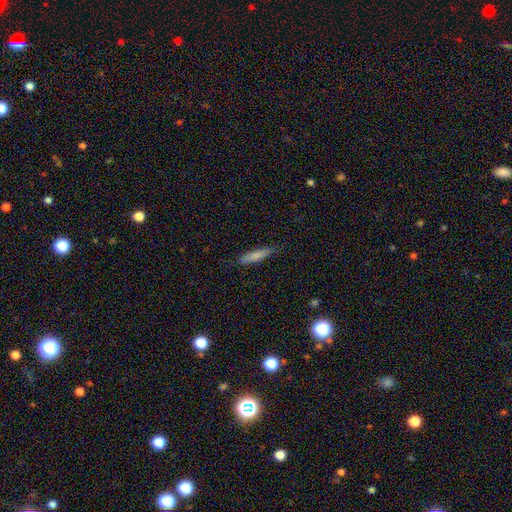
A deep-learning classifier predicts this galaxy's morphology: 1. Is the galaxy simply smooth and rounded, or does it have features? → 76% smooth, 18% featured or disk, 6% star or artifact.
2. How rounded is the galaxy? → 84% cigar-shaped, 14% in between, 1% round.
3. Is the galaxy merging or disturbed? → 85% none, 12% minor disturbance, 2% major disturbance, 1% merger.